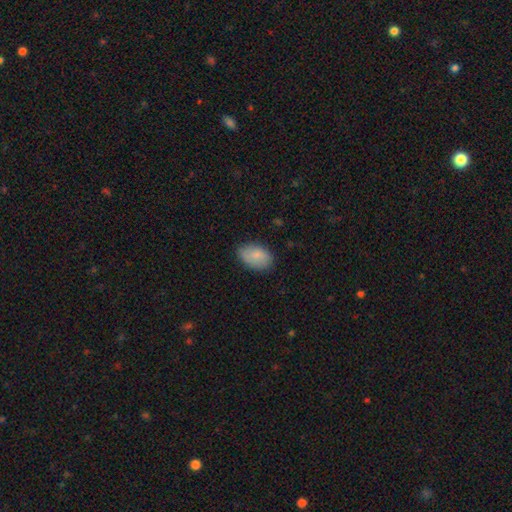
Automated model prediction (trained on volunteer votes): Smooth or featured?
  - smooth: 84% *
  - featured or disk: 10%
  - star or artifact: 7%
How rounded?
  - in between: 88% *
  - round: 11%
  - cigar-shaped: 1%
Merging?
  - none: 80% *
  - minor disturbance: 16%
  - major disturbance: 3%
  - merger: 1%